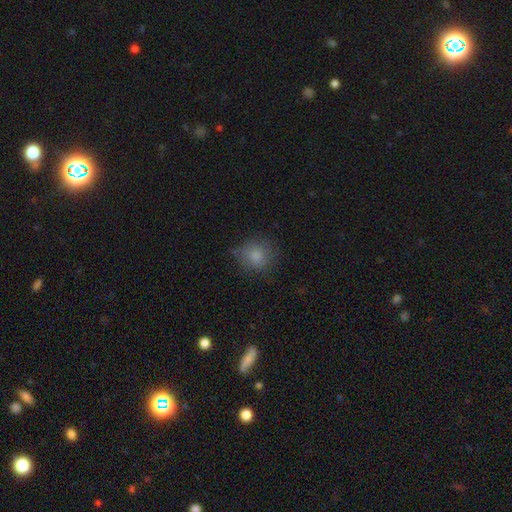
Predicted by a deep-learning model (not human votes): Smooth or featured?
  - smooth: 82% *
  - star or artifact: 11%
  - featured or disk: 7%
How rounded?
  - round: 86% *
  - in between: 13%
  - cigar-shaped: 1%
Merging?
  - none: 73% *
  - minor disturbance: 19%
  - major disturbance: 6%
  - merger: 2%